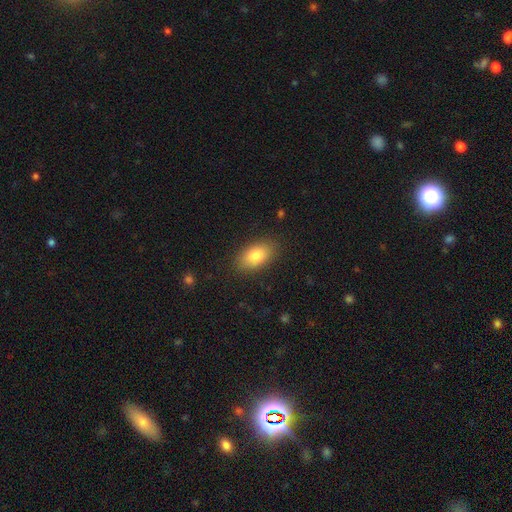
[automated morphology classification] Smooth or featured?
  - smooth: 82% *
  - featured or disk: 11%
  - star or artifact: 7%
How rounded?
  - in between: 90% *
  - round: 7%
  - cigar-shaped: 3%
Merging?
  - none: 86% *
  - minor disturbance: 10%
  - major disturbance: 3%
  - merger: 1%